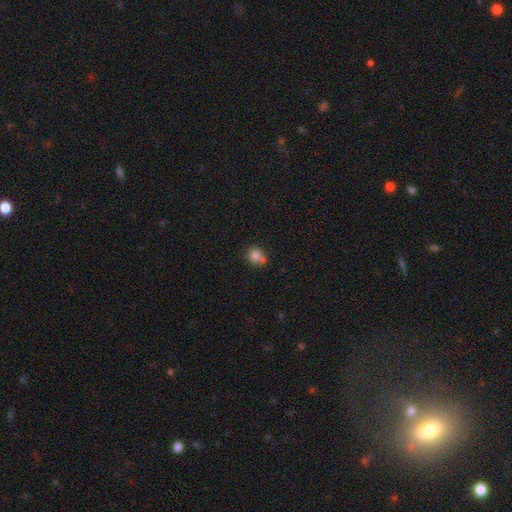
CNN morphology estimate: Smooth or featured?
  - smooth: 80% *
  - star or artifact: 10%
  - featured or disk: 10%
How rounded?
  - round: 75% *
  - in between: 24%
  - cigar-shaped: 1%
Merging?
  - none: 49% *
  - merger: 32%
  - minor disturbance: 15%
  - major disturbance: 4%